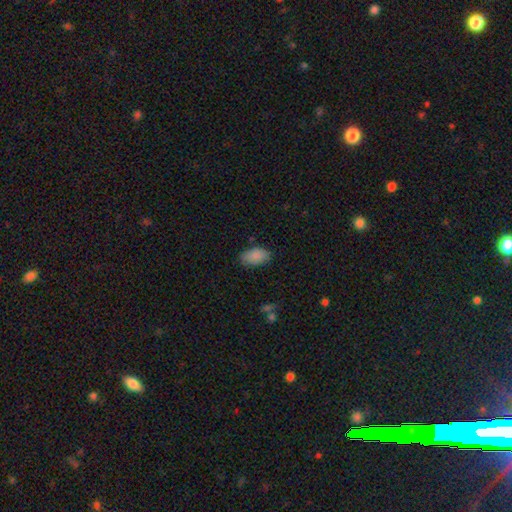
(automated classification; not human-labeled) smooth 88%, star or artifact 7%, featured or disk 5%. Down the decision tree: how rounded — in between (93%); merging — none (79%).